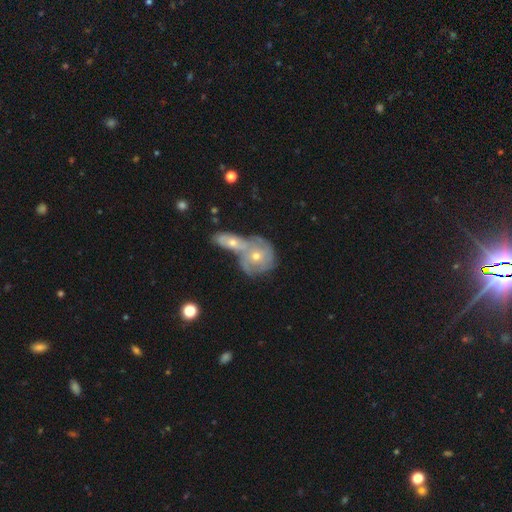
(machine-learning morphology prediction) Smooth or featured? Predicted: featured or disk (p=0.65). Edge-on disk? Predicted: no (p=0.92). Bar? Predicted: no (p=0.77). Spiral arms? Predicted: yes (p=0.77). Bulge size? Predicted: moderate (p=0.52). Merging? Predicted: merger (p=0.55).